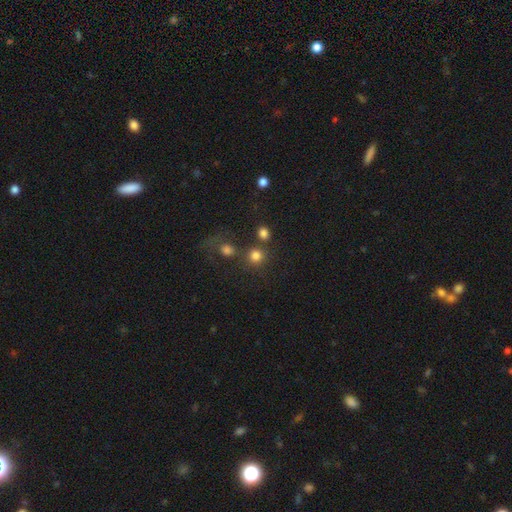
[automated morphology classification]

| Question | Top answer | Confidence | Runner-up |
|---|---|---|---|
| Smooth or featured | smooth | 80% | star or artifact (14%) |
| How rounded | round | 91% | in between (8%) |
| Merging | none | 68% | merger (19%) |